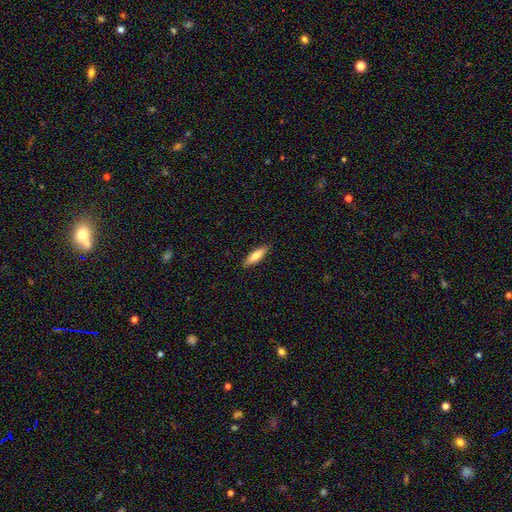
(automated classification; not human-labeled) Smooth or featured?
  - smooth: 76% *
  - featured or disk: 18%
  - star or artifact: 6%
How rounded?
  - cigar-shaped: 61% *
  - in between: 38%
  - round: 2%
Merging?
  - none: 88% *
  - minor disturbance: 9%
  - major disturbance: 2%
  - merger: 1%